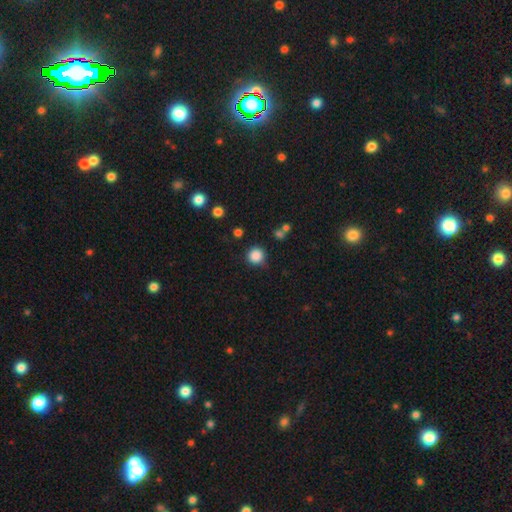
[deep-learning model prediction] Morphology: type=smooth (86%); roundness=round (92%); merging=none (82%).